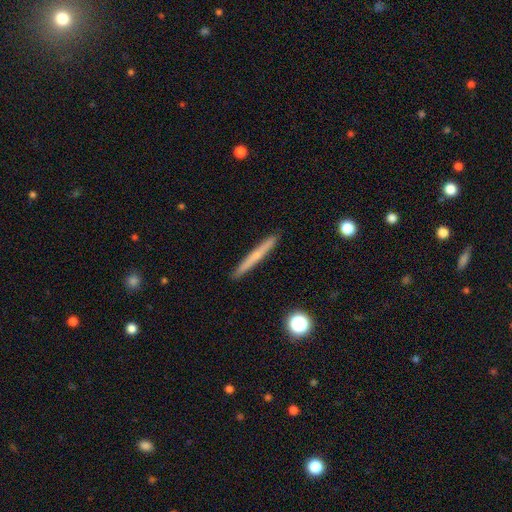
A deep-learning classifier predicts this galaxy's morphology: type=smooth (51%); roundness=cigar-shaped (96%); merging=none (92%).